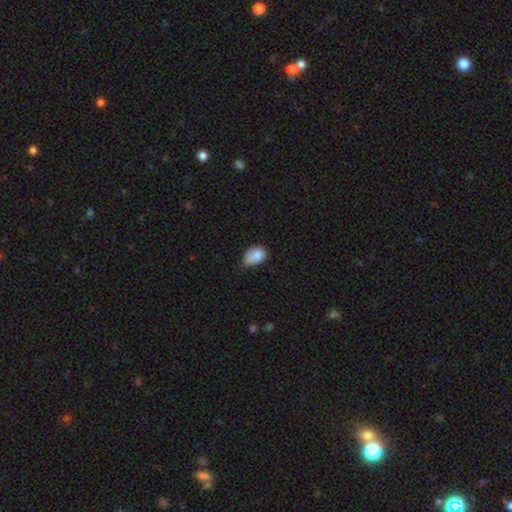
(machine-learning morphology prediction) A smooth galaxy with no disk features (82%) that is in between round and cigar-shaped (82%).

Vote fractions:
- Smooth or featured? smooth: 82% / star or artifact: 9% / featured or disk: 9%
- How rounded? in between: 82% / round: 17% / cigar-shaped: 1%
- Merging? minor disturbance: 51% / none: 31% / major disturbance: 14% / merger: 4%